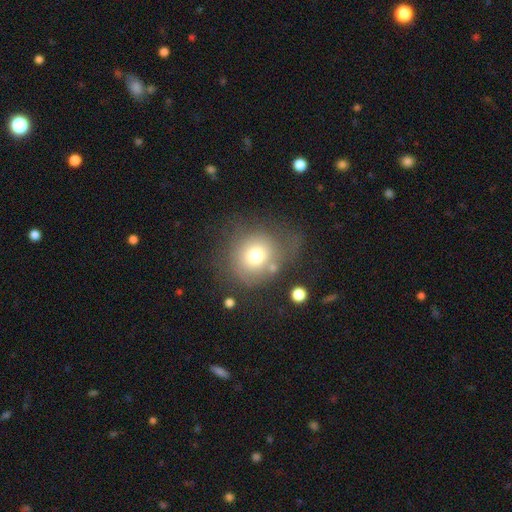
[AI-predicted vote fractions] Smooth or featured? Predicted: smooth (p=0.69). How rounded? Predicted: round (p=0.83). Merging? Predicted: none (p=0.53).